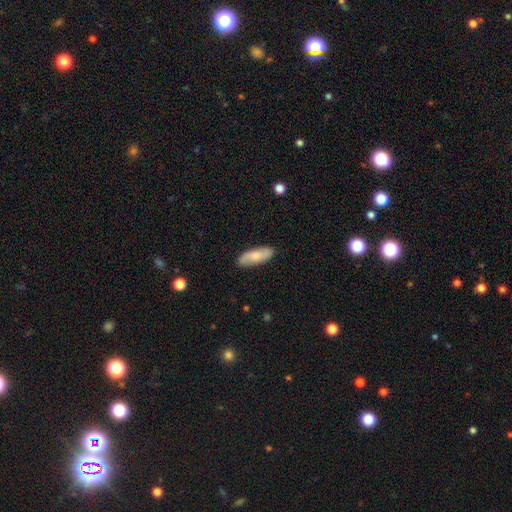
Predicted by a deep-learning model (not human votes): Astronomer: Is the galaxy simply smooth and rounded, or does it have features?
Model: smooth — 70%.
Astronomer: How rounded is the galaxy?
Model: in between — 75%.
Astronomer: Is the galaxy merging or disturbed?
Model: none — 85%.